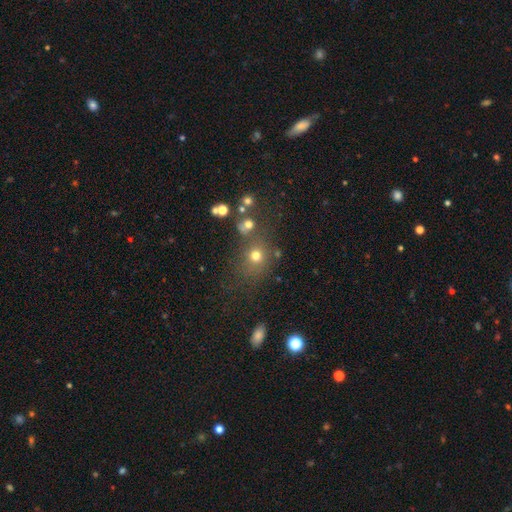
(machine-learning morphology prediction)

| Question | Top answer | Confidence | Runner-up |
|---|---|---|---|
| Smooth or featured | smooth | 68% | star or artifact (21%) |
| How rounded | round | 78% | in between (21%) |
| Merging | none | 62% | merger (17%) |